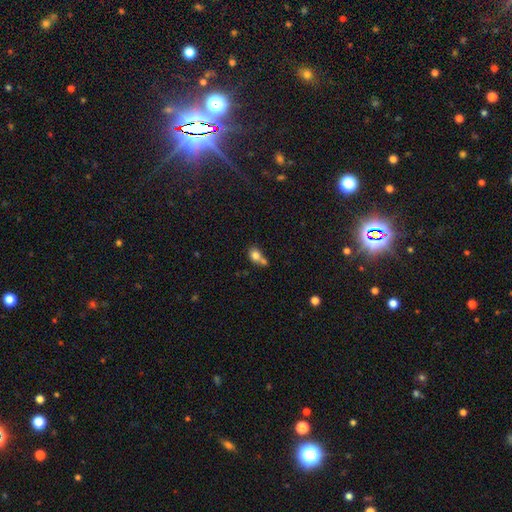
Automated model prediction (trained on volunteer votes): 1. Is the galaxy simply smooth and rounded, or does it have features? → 77% smooth, 13% featured or disk, 10% star or artifact.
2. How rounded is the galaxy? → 55% round, 43% in between, 2% cigar-shaped.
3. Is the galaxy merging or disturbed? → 55% merger, 29% none, 10% minor disturbance, 5% major disturbance.